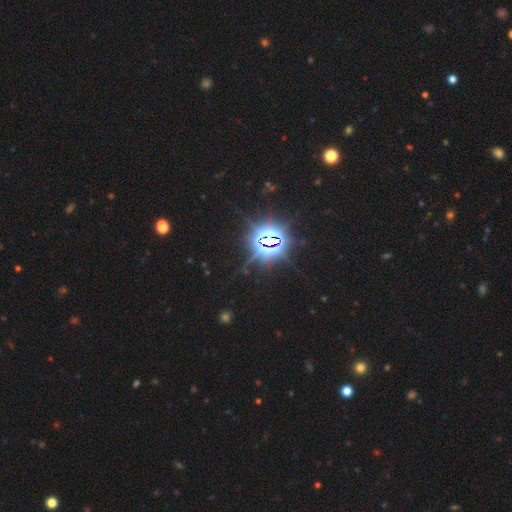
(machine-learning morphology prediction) This appears to be a star or artifact, not a galaxy (83%).